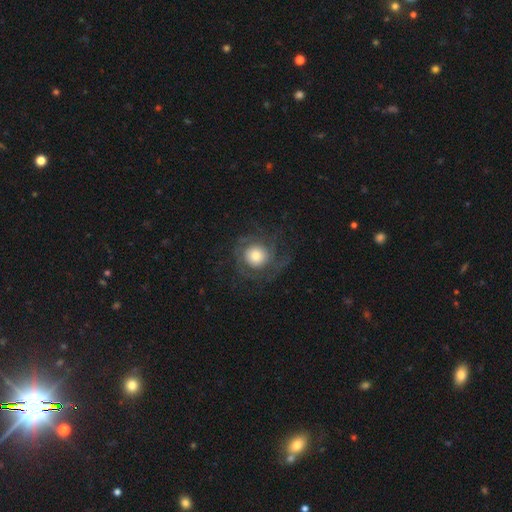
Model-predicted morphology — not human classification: Q: Smooth or featured?
A: featured or disk (65%); runner-up: smooth (27%)
Q: Edge-on disk?
A: no (97%); runner-up: yes (3%)
Q: Bar?
A: no (83%); runner-up: weak (14%)
Q: Spiral arms?
A: yes (88%); runner-up: no (12%)
Q: Spiral winding?
A: tight (47%); runner-up: medium (35%)
Q: Spiral arm count?
A: can't tell (32%); runner-up: 2 (23%)
Q: Bulge size?
A: large (40%); tied with: moderate (40%)
Q: Merging?
A: none (68%); runner-up: major disturbance (17%)